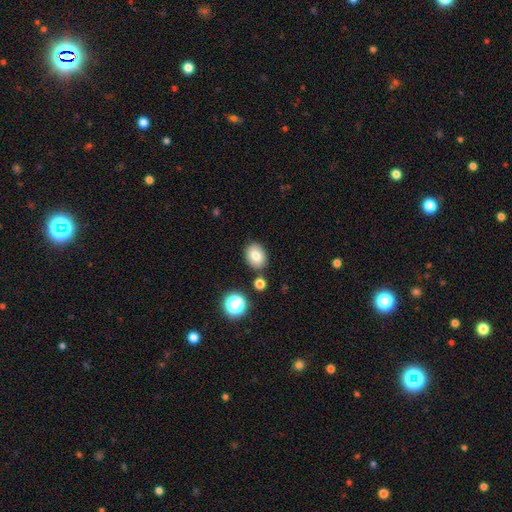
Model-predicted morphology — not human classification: This is likely a smooth galaxy (80%). How rounded: possibly in between (55%). Merging: clearly none (83%).